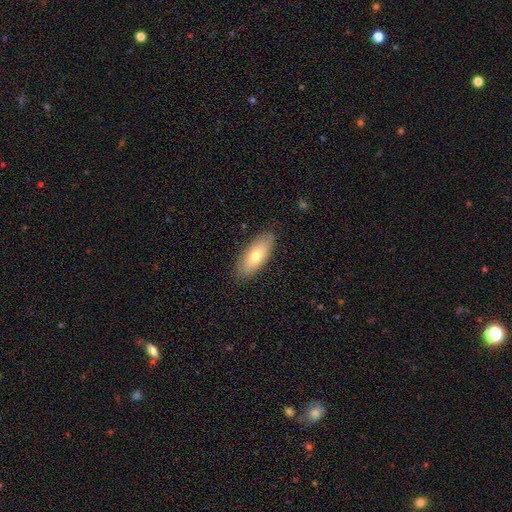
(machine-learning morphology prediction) Smooth or featured? smooth (70%)
How rounded? in between (82%)
Merging? none (86%)